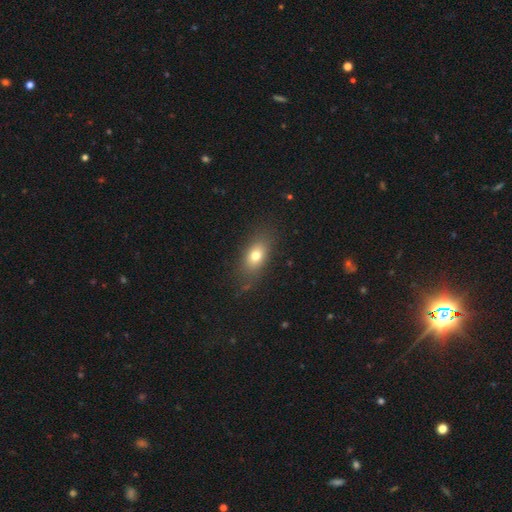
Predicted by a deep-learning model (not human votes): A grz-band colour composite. It shows a smooth galaxy with no disk features (74%) that is in between round and cigar-shaped (76%). Merging: none (78%).